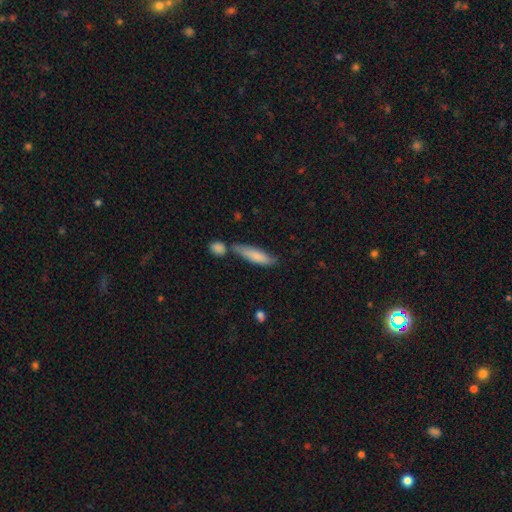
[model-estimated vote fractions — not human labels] A smooth galaxy with no disk features (78%) that is cigar-shaped (66%). Merging: none (58%).